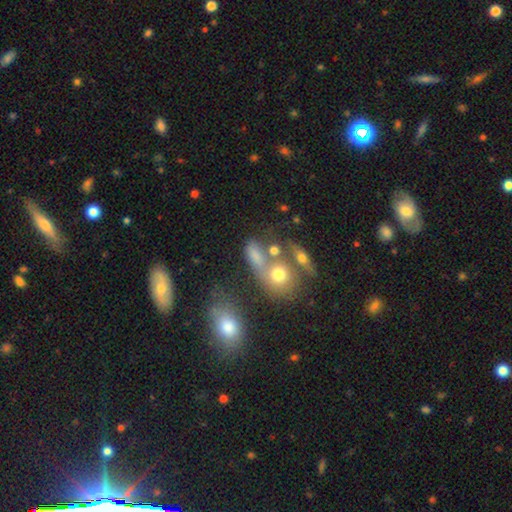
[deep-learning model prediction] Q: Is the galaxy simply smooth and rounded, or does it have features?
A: smooth — 66%.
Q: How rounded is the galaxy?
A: in between — 57%.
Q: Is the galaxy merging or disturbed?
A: merger — 38%.